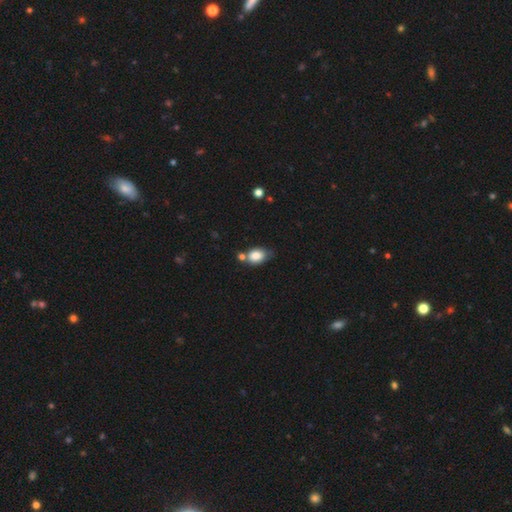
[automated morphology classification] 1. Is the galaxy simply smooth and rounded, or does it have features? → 83% smooth, 9% featured or disk, 9% star or artifact.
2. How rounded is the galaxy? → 73% in between, 26% round, 1% cigar-shaped.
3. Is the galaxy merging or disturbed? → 48% none, 23% merger, 23% minor disturbance, 6% major disturbance.